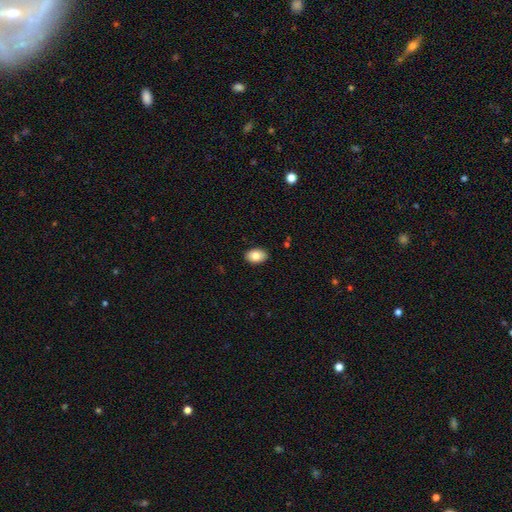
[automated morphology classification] Smooth or featured?
  - smooth: 81% *
  - featured or disk: 12%
  - star or artifact: 7%
How rounded?
  - in between: 85% *
  - round: 14%
  - cigar-shaped: 1%
Merging?
  - none: 89% *
  - minor disturbance: 8%
  - major disturbance: 2%
  - merger: 1%